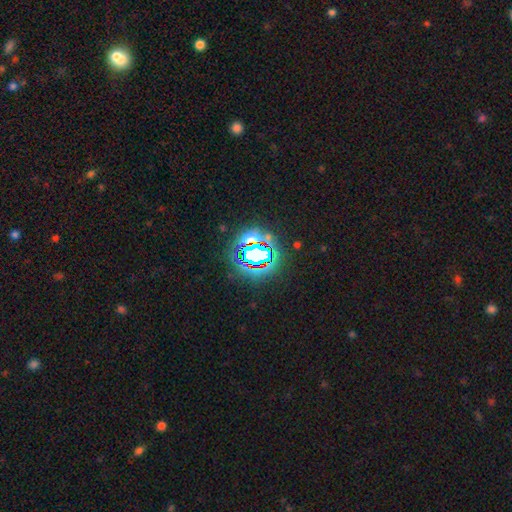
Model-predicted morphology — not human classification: The model was most divided on "smooth or featured": star or artifact: 70%, smooth: 18%, featured or disk: 12%.